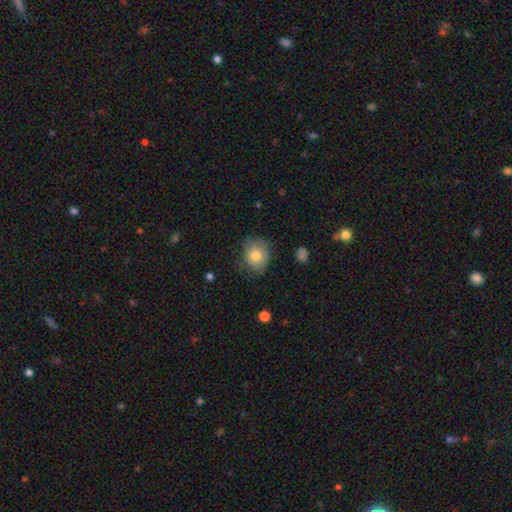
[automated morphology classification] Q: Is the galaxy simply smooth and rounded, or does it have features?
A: smooth — 79%.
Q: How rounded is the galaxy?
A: round — 63%.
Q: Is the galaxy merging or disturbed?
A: none — 70%.